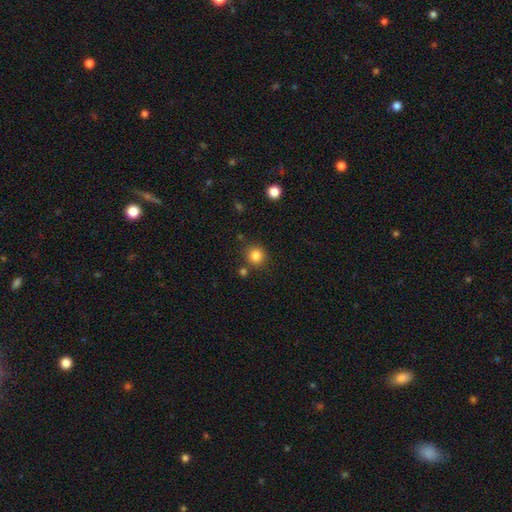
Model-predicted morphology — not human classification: Q: Smooth or featured?
A: smooth (84%); runner-up: star or artifact (11%)
Q: How rounded?
A: round (91%); runner-up: in between (8%)
Q: Merging?
A: none (82%); runner-up: minor disturbance (9%)